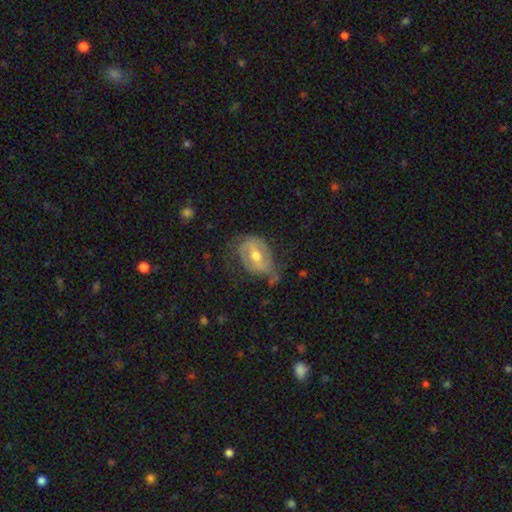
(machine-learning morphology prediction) featured or disk 66%, smooth 28%, star or artifact 6%. Down the decision tree: edge-on disk — no (94%); bar — weak (43%); spiral arms — yes (62%); bulge size — moderate (74%); merging — none (45%).